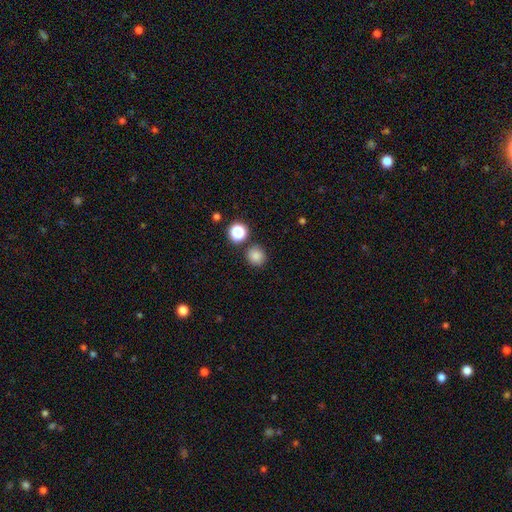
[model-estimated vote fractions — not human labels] A smooth galaxy with no disk features (82%) that is round (90%). Merging: none (83%).